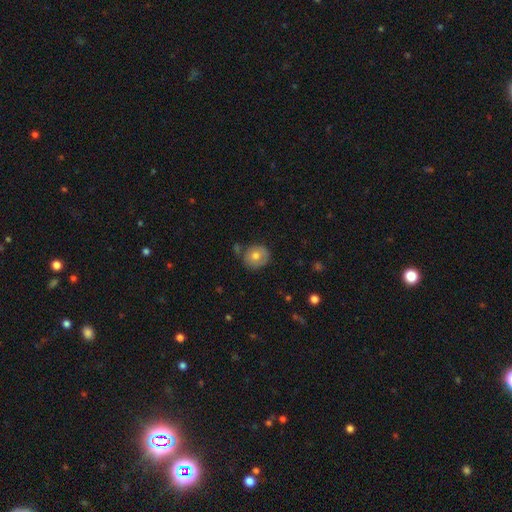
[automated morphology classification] Smooth or featured? smooth (66%)
How rounded? round (83%)
Merging? none (73%)